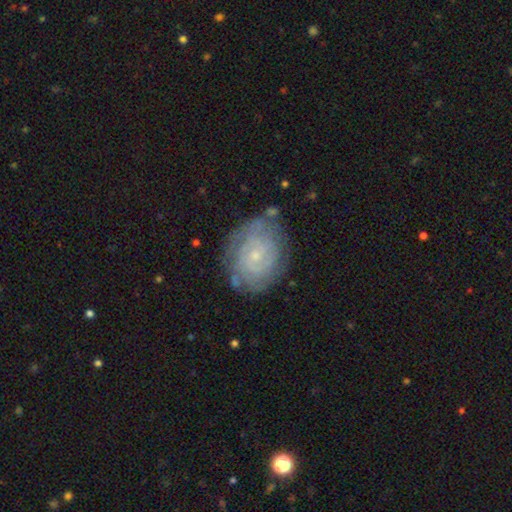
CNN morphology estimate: A featured or disk galaxy (77%) with no bar (70%), tight (78%) spiral arms (92%) and a small central bulge (77%).

Vote fractions:
- Smooth or featured? featured or disk: 77% / smooth: 16% / star or artifact: 7%
- Edge-on disk? no: 97% / yes: 3%
- Bar? no: 70% / weak: 26% / strong: 4%
- Spiral arms? yes: 92% / no: 8%
- Spiral winding? tight: 78% / medium: 18% / loose: 5%
- Spiral arm count? can't tell: 44% / 2: 24% / 3: 13% / 4: 9% / more than 4: 5% / 1: 5%
- Bulge size? small: 77% / moderate: 18% / none: 3% / large: 1% / dominant: 1%
- Merging? none: 74% / minor disturbance: 18% / major disturbance: 6% / merger: 2%